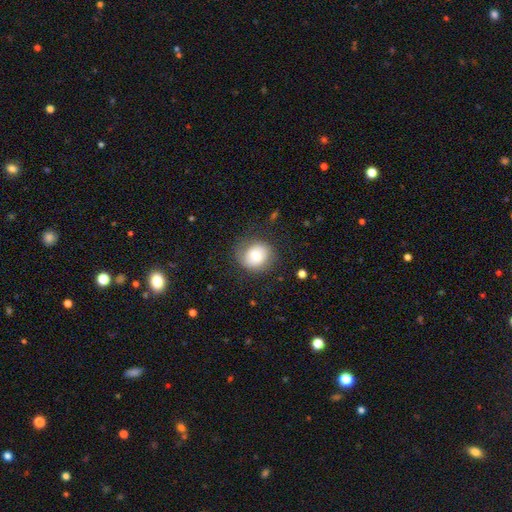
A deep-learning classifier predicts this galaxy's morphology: A smooth galaxy with no disk features (69%) that is round (79%).

Vote fractions:
- Smooth or featured? smooth: 69% / featured or disk: 22% / star or artifact: 9%
- How rounded? round: 79% / in between: 21% / cigar-shaped: 1%
- Merging? none: 73% / minor disturbance: 18% / major disturbance: 8% / merger: 1%